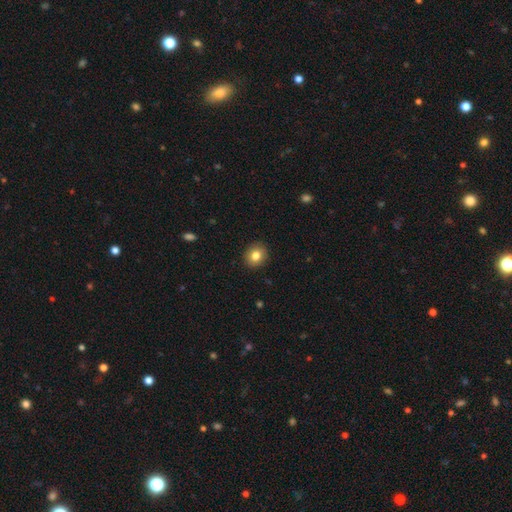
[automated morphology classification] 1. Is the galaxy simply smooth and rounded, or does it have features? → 82% smooth, 10% star or artifact, 8% featured or disk.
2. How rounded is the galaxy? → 76% round, 23% in between, 1% cigar-shaped.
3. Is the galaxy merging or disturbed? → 91% none, 6% minor disturbance, 2% major disturbance, 1% merger.